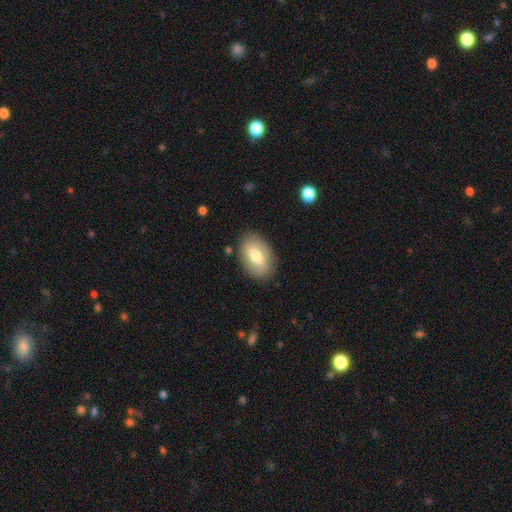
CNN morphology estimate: A smooth galaxy with no disk features (65%) that is in between round and cigar-shaped (90%).

Vote fractions:
- Smooth or featured? smooth: 65% / featured or disk: 28% / star or artifact: 7%
- How rounded? in between: 90% / round: 9% / cigar-shaped: 2%
- Merging? none: 84% / minor disturbance: 12% / major disturbance: 3% / merger: 2%